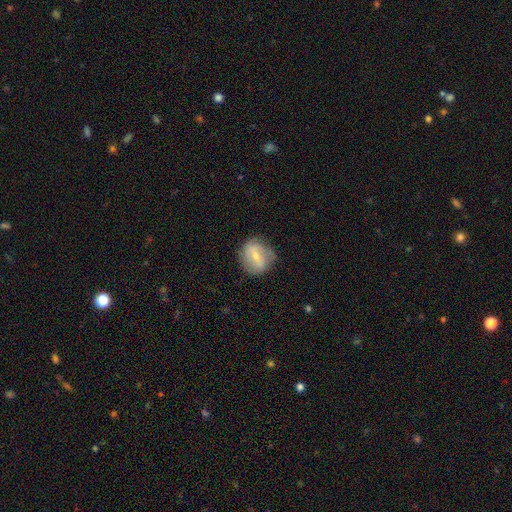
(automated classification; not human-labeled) A featured or disk galaxy (48%).

Vote fractions:
- Smooth or featured? featured or disk: 48% / smooth: 45% / star or artifact: 7%
- Merging? none: 76% / minor disturbance: 17% / major disturbance: 5% / merger: 1%